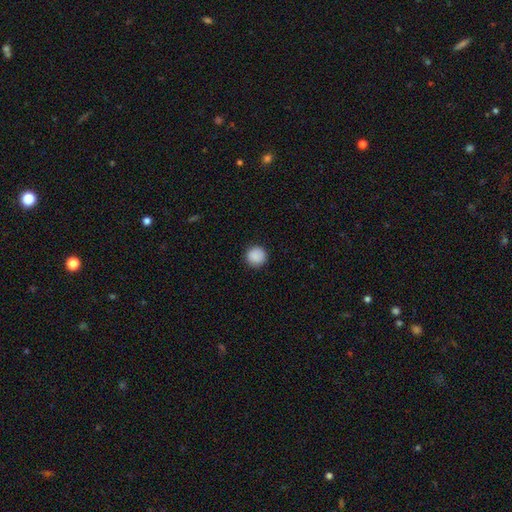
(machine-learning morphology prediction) The model was most divided on "smooth or featured": smooth: 89%, star or artifact: 8%, featured or disk: 3%. More confident: how rounded — round (95%); merging — none (91%).